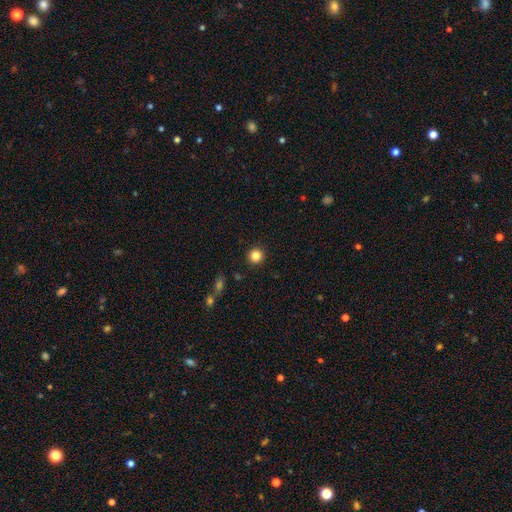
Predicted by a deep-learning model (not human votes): This appears to be a smooth galaxy with no disk features (84%) that is round (95%). Merging: none (92%).